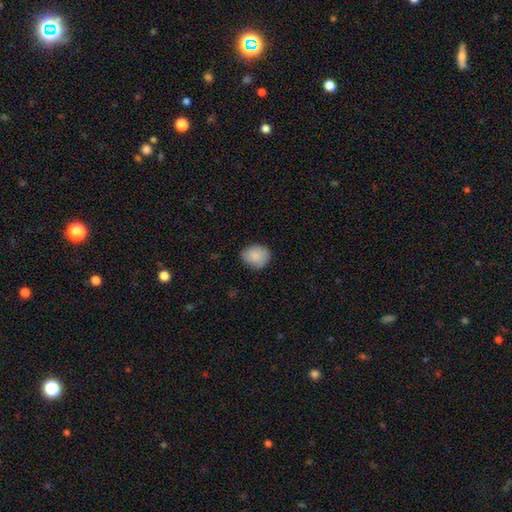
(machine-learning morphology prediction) Smooth or featured: smooth — 86% (featured or disk — 7%)
How rounded: round — 61% (in between — 38%)
Merging: none — 79% (minor disturbance — 17%)